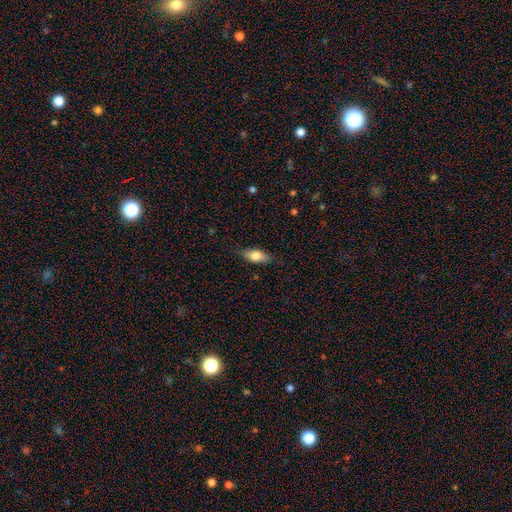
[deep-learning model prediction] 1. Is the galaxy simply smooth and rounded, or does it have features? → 76% smooth, 17% featured or disk, 7% star or artifact.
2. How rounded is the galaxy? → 82% in between, 15% cigar-shaped, 3% round.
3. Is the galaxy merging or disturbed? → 82% none, 14% minor disturbance, 3% major disturbance, 1% merger.